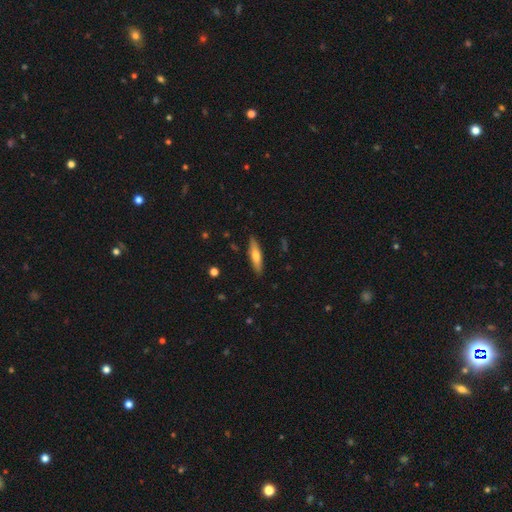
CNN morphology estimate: This is possibly a smooth galaxy (59%). How rounded: likely cigar-shaped (75%). Merging: clearly none (88%).